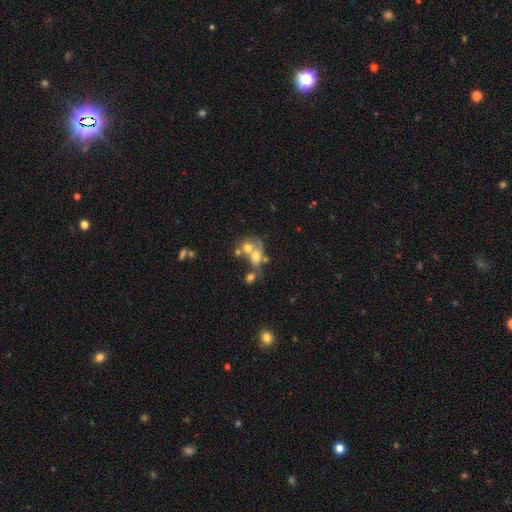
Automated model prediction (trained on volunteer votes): smooth_or_featured: smooth (p=0.53) [alt: featured or disk p=0.34]
how_rounded: round (p=0.52) [alt: in between p=0.46]
merging: merger (p=0.59) [alt: none p=0.22]